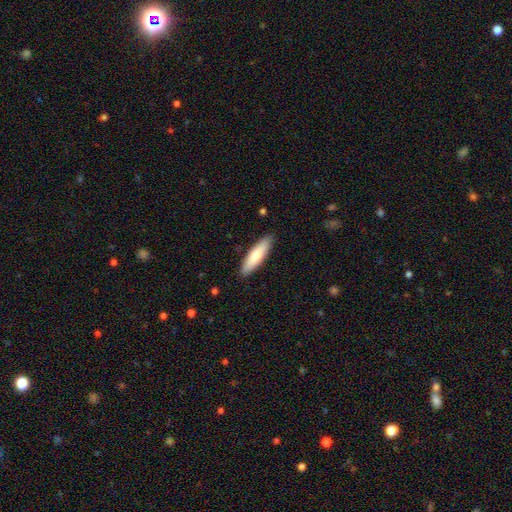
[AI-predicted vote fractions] A smooth galaxy with no disk features (73%) that is cigar-shaped (64%). Merging: none (89%).